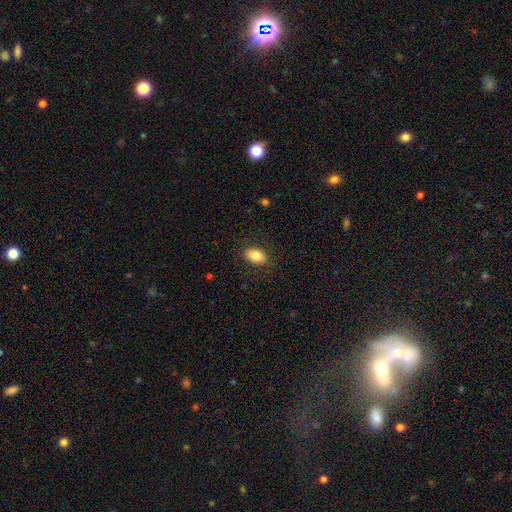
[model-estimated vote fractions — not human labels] smooth 83%, featured or disk 9%, star or artifact 8%. Down the decision tree: how rounded — in between (87%); merging — none (87%).